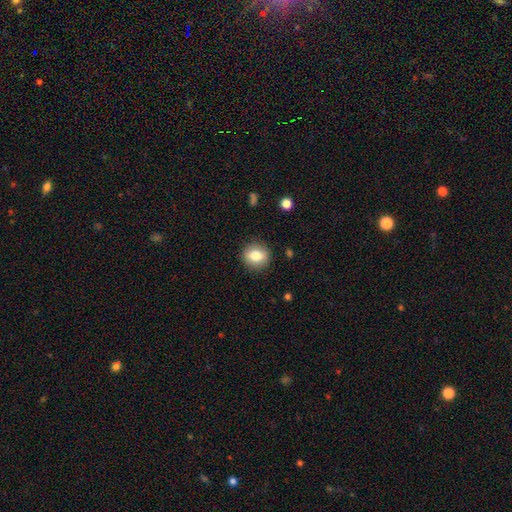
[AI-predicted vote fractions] smooth 77%, featured or disk 14%, star or artifact 9%. Down the decision tree: how rounded — round (80%); merging — none (88%).